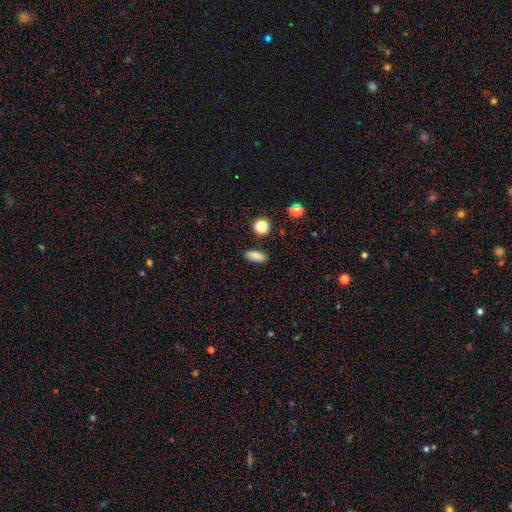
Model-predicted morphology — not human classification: This is likely a smooth galaxy (80%). How rounded: likely in between (78%). Merging: clearly none (85%).